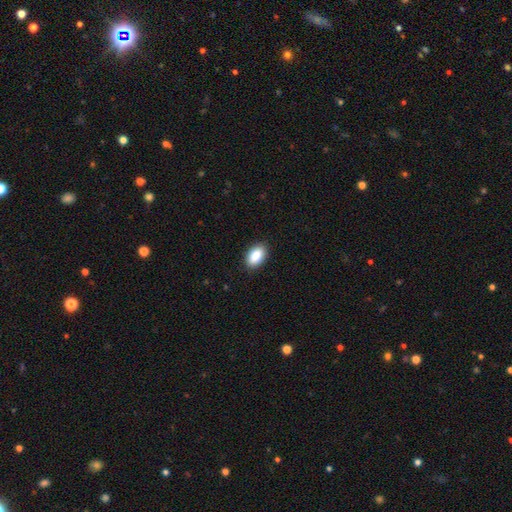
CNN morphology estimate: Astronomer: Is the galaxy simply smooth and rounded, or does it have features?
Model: smooth — 88%.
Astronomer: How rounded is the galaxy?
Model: in between — 92%.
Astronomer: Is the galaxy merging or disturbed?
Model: none — 89%.